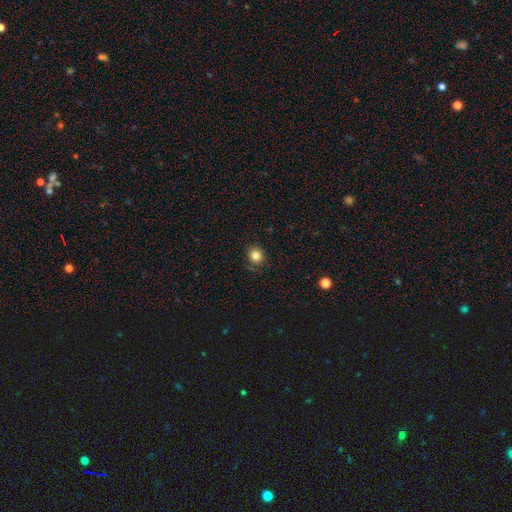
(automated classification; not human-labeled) Smooth or featured? Predicted: smooth (p=0.83). How rounded? Predicted: round (p=0.83). Merging? Predicted: none (p=0.84).